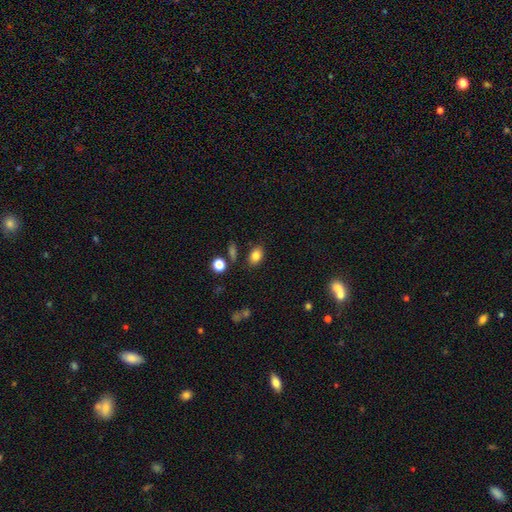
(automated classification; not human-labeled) smooth_or_featured: smooth (p=0.82) [alt: star or artifact p=0.11]
how_rounded: in between (p=0.78) [alt: round p=0.20]
merging: none (p=0.79) [alt: minor disturbance p=0.13]